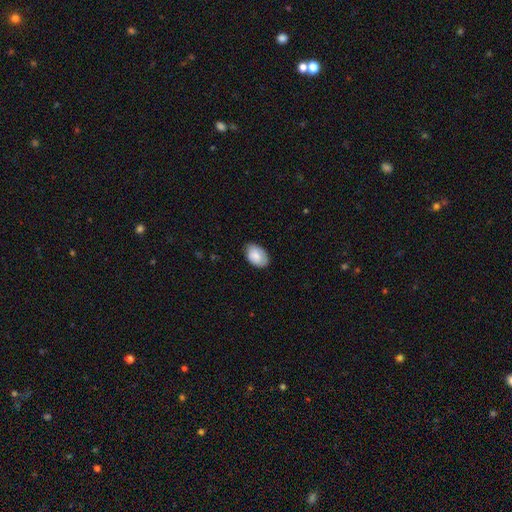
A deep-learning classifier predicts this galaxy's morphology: A smooth galaxy with no disk features (82%) that is in between round and cigar-shaped (88%).

Vote fractions:
- Smooth or featured? smooth: 82% / featured or disk: 11% / star or artifact: 7%
- How rounded? in between: 88% / round: 11% / cigar-shaped: 1%
- Merging? none: 77% / minor disturbance: 19% / major disturbance: 3% / merger: 1%